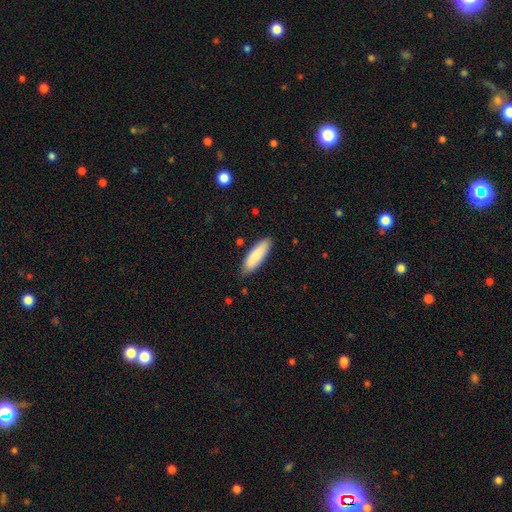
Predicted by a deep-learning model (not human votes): Smooth or featured?
  - smooth: 85% *
  - featured or disk: 9%
  - star or artifact: 5%
How rounded?
  - in between: 51% *
  - cigar-shaped: 47%
  - round: 1%
Merging?
  - none: 82% *
  - minor disturbance: 14%
  - major disturbance: 2%
  - merger: 2%